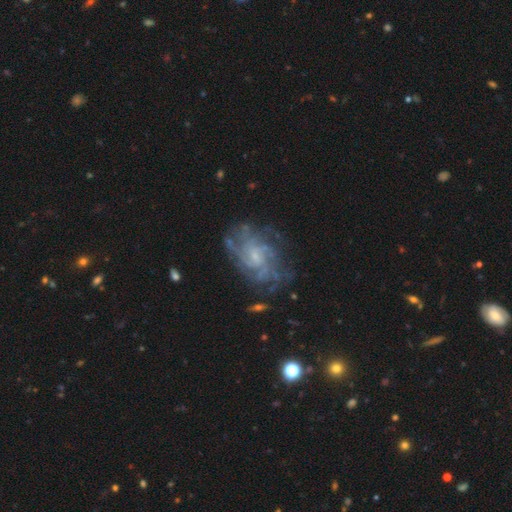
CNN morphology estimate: Smooth or featured? featured or disk (82%)
Edge-on disk? no (97%)
Bar? no (59%)
Spiral arms? yes (93%)
Spiral winding? tight (51%)
Spiral arm count? can't tell (39%)
Bulge size? small (64%)
Merging? none (72%)